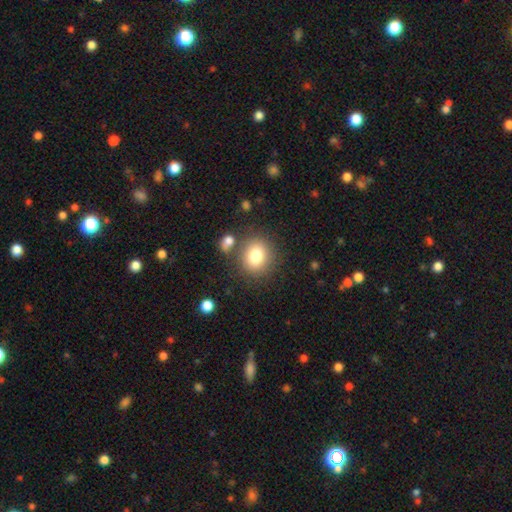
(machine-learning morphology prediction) smooth 81%, star or artifact 10%, featured or disk 10%. Down the decision tree: how rounded — round (72%); merging — none (75%).